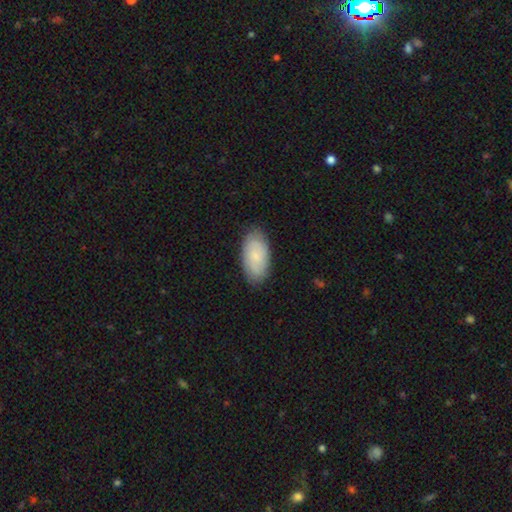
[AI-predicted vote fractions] A smooth galaxy with no disk features (67%) that is in between round and cigar-shaped (94%). Merging: none (84%).